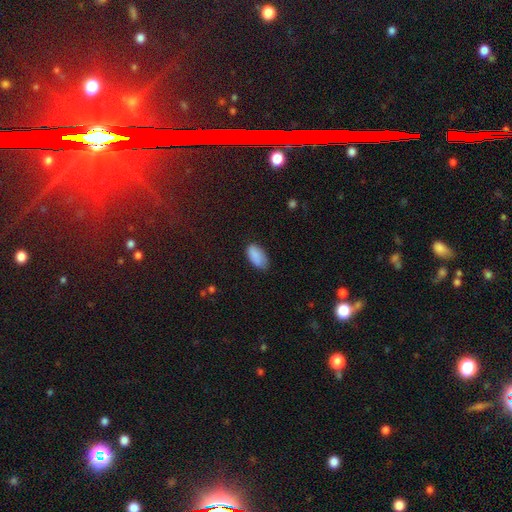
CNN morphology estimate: Smooth or featured?
  - smooth: 88% *
  - star or artifact: 7%
  - featured or disk: 5%
How rounded?
  - in between: 94% *
  - cigar-shaped: 3%
  - round: 3%
Merging?
  - none: 75% *
  - minor disturbance: 20%
  - major disturbance: 4%
  - merger: 1%